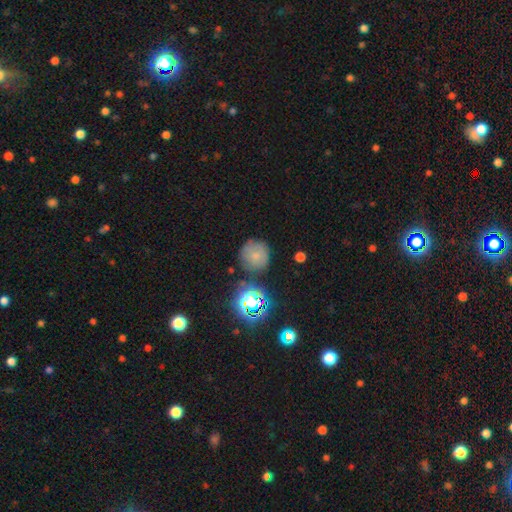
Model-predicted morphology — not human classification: Smooth or featured? smooth (65%)
How rounded? round (93%)
Merging? none (72%)